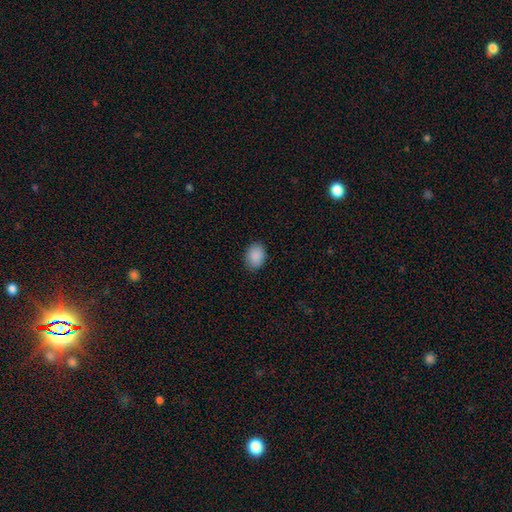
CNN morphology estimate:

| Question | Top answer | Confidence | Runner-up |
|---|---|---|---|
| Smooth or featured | smooth | 90% | star or artifact (8%) |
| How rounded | in between | 63% | round (36%) |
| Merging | none | 87% | minor disturbance (10%) |